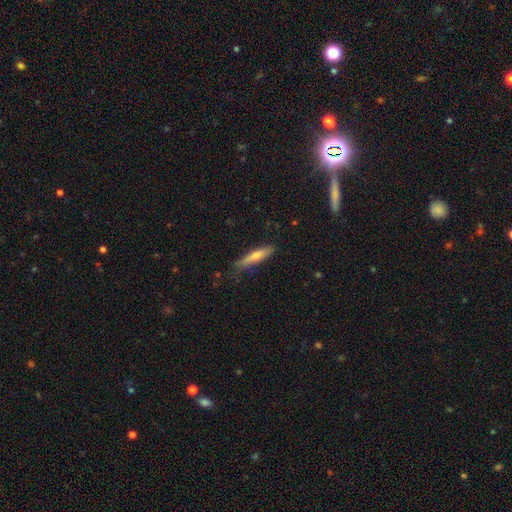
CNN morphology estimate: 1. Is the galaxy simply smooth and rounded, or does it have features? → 59% smooth, 34% featured or disk, 7% star or artifact.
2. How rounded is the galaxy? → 86% cigar-shaped, 12% in between, 2% round.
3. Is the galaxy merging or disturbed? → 73% none, 22% minor disturbance, 4% major disturbance, 2% merger.